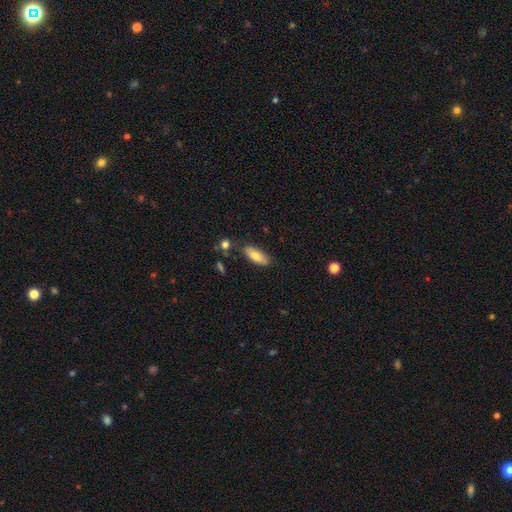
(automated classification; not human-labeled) This is likely a smooth galaxy (74%). How rounded: likely in between (75%). Merging: likely none (78%).